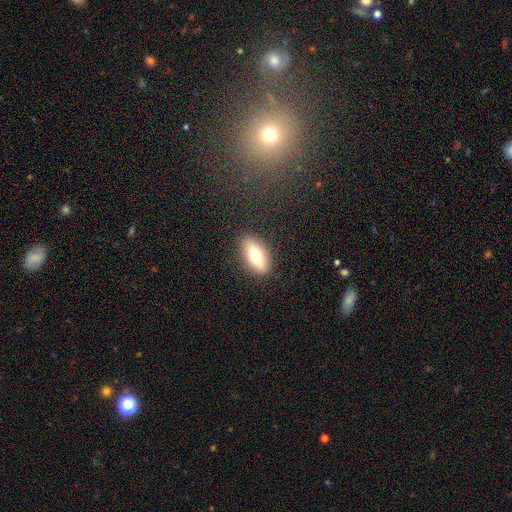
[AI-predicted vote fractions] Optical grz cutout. It shows a smooth galaxy with no disk features (69%) that is in between round and cigar-shaped (84%). Merging: none (86%).